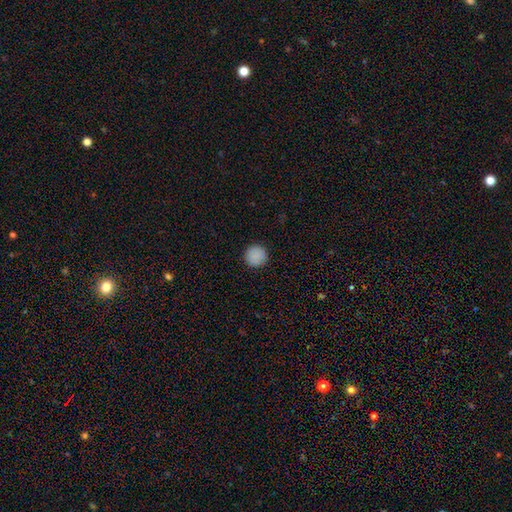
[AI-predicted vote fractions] smooth 89%, star or artifact 8%, featured or disk 3%. Down the decision tree: how rounded — round (95%); merging — none (92%).